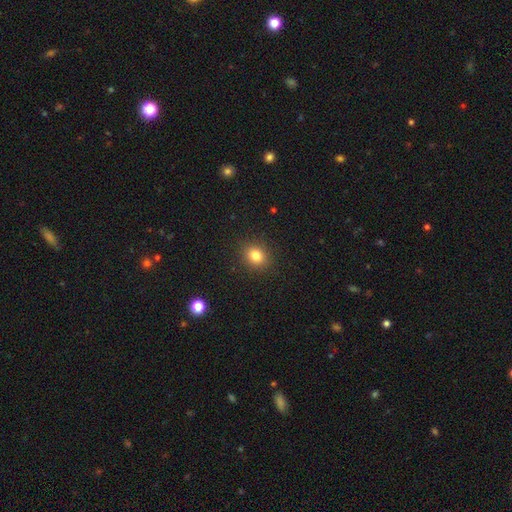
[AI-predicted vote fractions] Smooth or featured: smooth — 82% (star or artifact — 12%)
How rounded: round — 67% (in between — 32%)
Merging: none — 90% (minor disturbance — 7%)